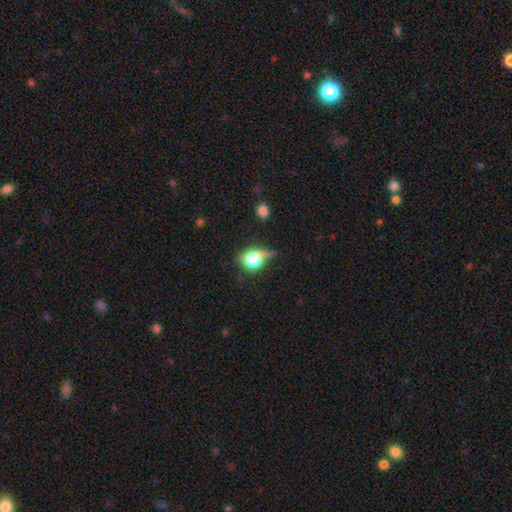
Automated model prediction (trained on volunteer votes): Overall: smooth (69%). How rounded: round (52%; in between 45%). Merging: none (39%; minor disturbance 37%).